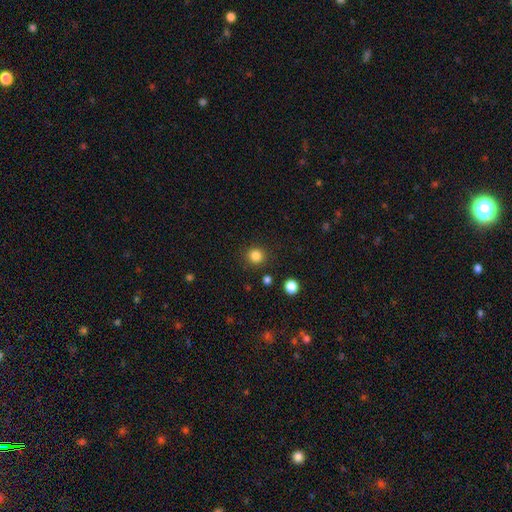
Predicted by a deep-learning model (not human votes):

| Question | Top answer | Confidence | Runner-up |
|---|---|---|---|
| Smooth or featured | smooth | 84% | star or artifact (12%) |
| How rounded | round | 91% | in between (8%) |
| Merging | none | 89% | minor disturbance (7%) |